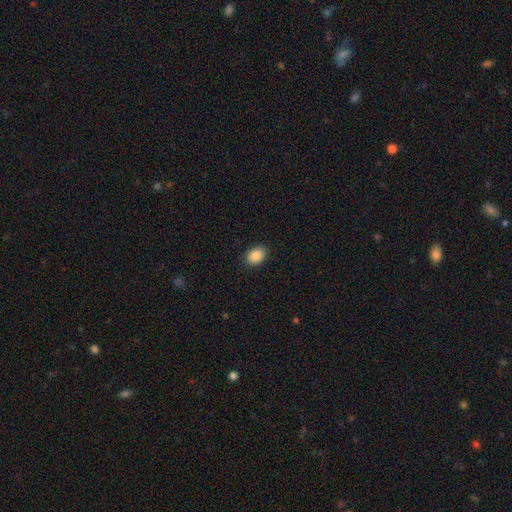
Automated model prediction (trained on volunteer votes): smooth-or-featured: smooth: 89% | star or artifact: 8% | featured or disk: 3%
  how-rounded: in between: 72% | round: 28% | cigar-shaped: 1%
  merging: none: 89% | minor disturbance: 8% | major disturbance: 2% | merger: 1%